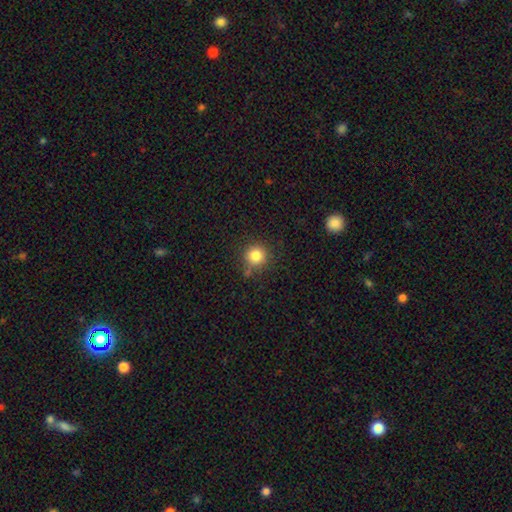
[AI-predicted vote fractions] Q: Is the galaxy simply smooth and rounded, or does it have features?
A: smooth — 83%.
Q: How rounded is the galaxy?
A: round — 94%.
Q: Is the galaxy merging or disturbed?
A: none — 79%.